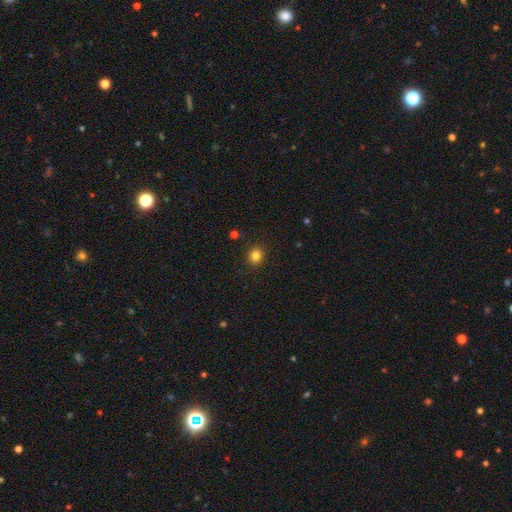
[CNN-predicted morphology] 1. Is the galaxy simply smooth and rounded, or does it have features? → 83% smooth, 12% star or artifact, 5% featured or disk.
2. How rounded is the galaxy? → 75% round, 24% in between, 1% cigar-shaped.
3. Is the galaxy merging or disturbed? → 90% none, 6% minor disturbance, 2% major disturbance, 1% merger.